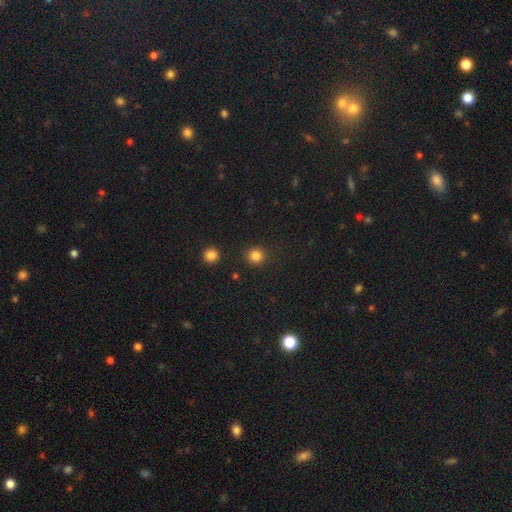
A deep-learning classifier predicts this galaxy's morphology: The model was most divided on "smooth or featured": smooth: 84%, star or artifact: 12%, featured or disk: 4%. More confident: how rounded — round (93%); merging — none (89%).